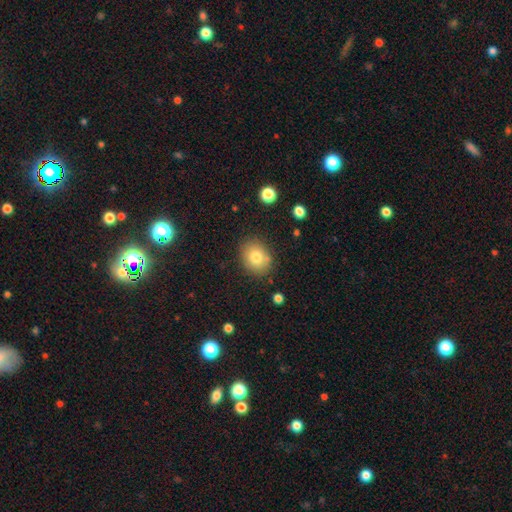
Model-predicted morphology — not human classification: Smooth or featured?
  - smooth: 78% *
  - featured or disk: 11%
  - star or artifact: 10%
How rounded?
  - round: 58% *
  - in between: 41%
  - cigar-shaped: 1%
Merging?
  - none: 83% *
  - minor disturbance: 12%
  - major disturbance: 3%
  - merger: 3%